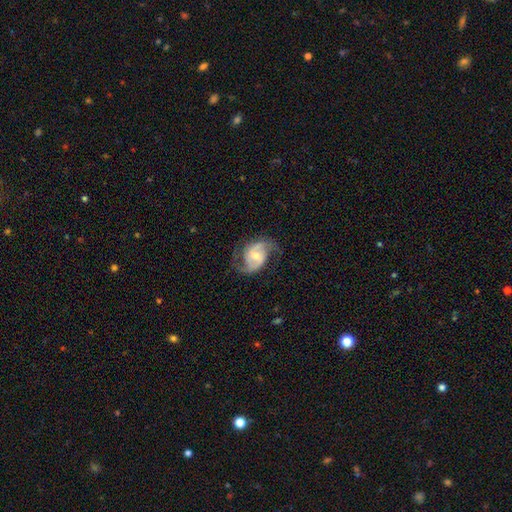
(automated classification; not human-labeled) This appears to be a featured or disk galaxy (85%) with no bar (44%), 2 (91%) medium (49%) spiral arms (96%) and a moderate central bulge (48%). Merging: none (70%).